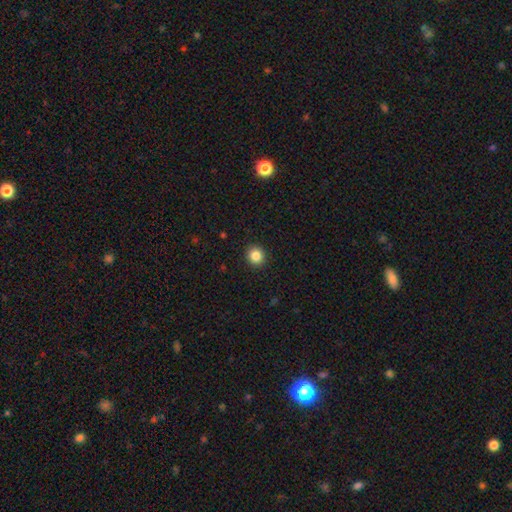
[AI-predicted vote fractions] Smooth or featured?
  - smooth: 84% *
  - star or artifact: 11%
  - featured or disk: 5%
How rounded?
  - round: 87% *
  - in between: 13%
  - cigar-shaped: 1%
Merging?
  - none: 92% *
  - minor disturbance: 5%
  - major disturbance: 2%
  - merger: 1%